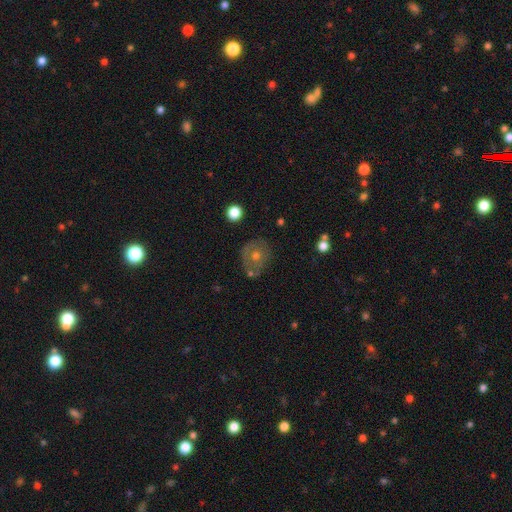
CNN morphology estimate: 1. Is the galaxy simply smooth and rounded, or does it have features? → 47% smooth, 40% featured or disk, 13% star or artifact.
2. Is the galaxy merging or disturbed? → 67% none, 19% minor disturbance, 7% major disturbance, 7% merger.